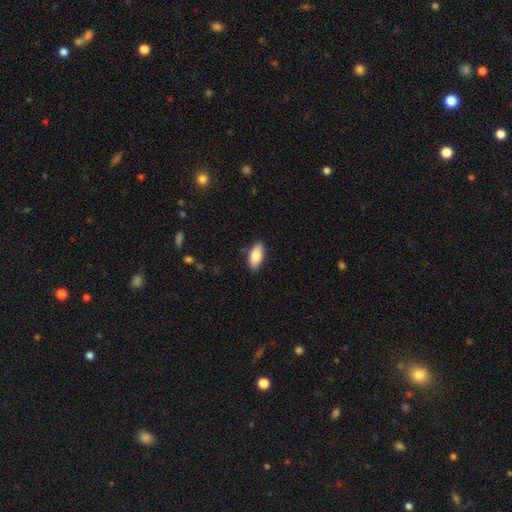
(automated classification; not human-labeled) This is clearly a smooth galaxy (84%). How rounded: clearly in between (88%). Merging: clearly none (87%).